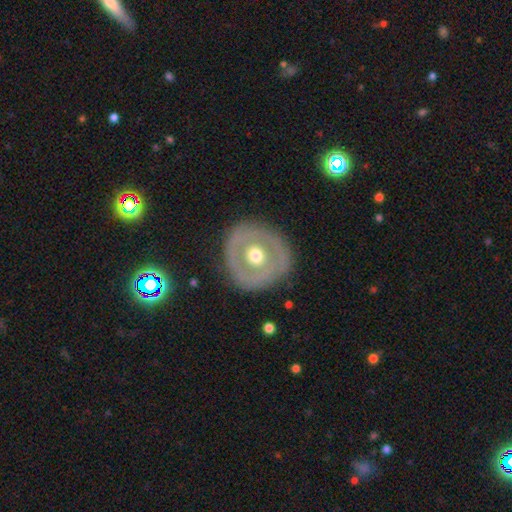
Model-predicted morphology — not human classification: Overall: featured or disk (56%; smooth 39%). Edge-on disk: no (95%). Bar: no (86%). Spiral arms: no (86%). Bulge size: moderate (75%). Merging: none (83%).